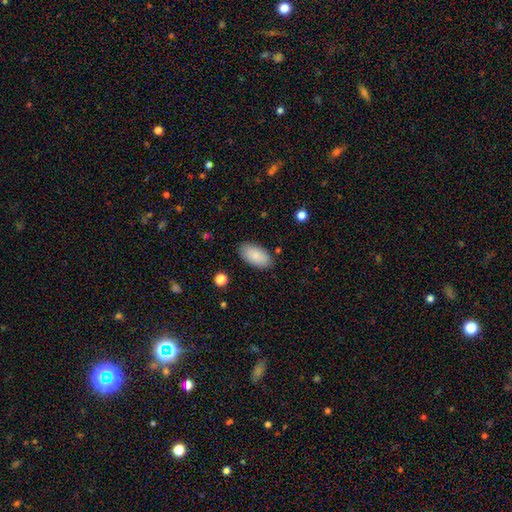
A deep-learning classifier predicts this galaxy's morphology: smooth-or-featured: smooth: 86% | featured or disk: 7% | star or artifact: 6%
  how-rounded: in between: 95% | cigar-shaped: 3% | round: 2%
  merging: none: 86% | minor disturbance: 11% | major disturbance: 2% | merger: 1%